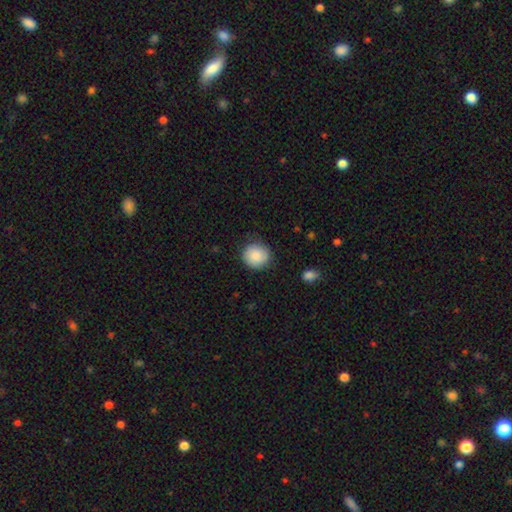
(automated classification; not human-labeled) A smooth galaxy with no disk features (87%) that is round (90%). Merging: none (84%).